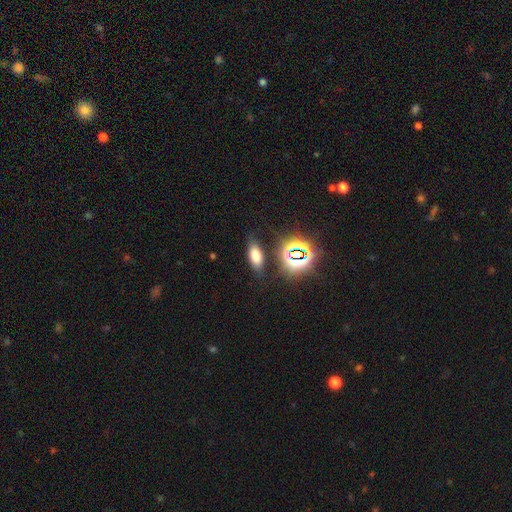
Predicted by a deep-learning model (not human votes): smooth 67%, star or artifact 23%, featured or disk 10%. Down the decision tree: how rounded — in between (81%); merging — none (80%).